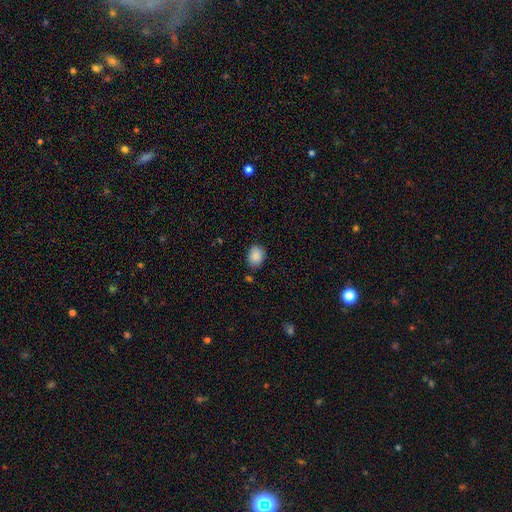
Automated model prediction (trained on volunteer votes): Q: Smooth or featured?
A: smooth (88%); runner-up: star or artifact (8%)
Q: How rounded?
A: in between (63%); runner-up: round (36%)
Q: Merging?
A: none (80%); runner-up: minor disturbance (13%)